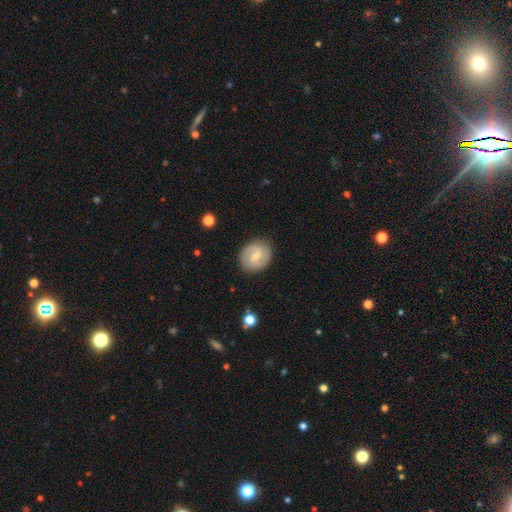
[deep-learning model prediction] Smooth or featured: featured or disk — 72% (smooth — 22%)
Edge-on disk: no — 98% (yes — 2%)
Bar: weak — 54% (no — 35%)
Spiral arms: yes — 93% (no — 7%)
Spiral winding: medium — 48% (tight — 37%)
Spiral arm count: 2 — 89% (can't tell — 6%)
Bulge size: small — 59% (moderate — 35%)
Merging: none — 86% (minor disturbance — 10%)